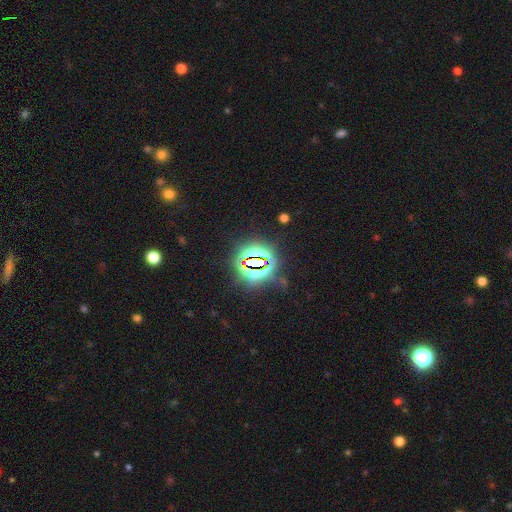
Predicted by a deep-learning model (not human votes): Smooth or featured? star or artifact (80%)